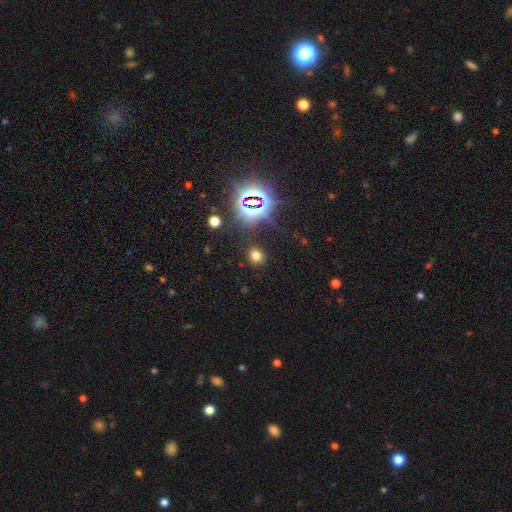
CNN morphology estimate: type=smooth (66%); roundness=round (66%); merging=none (86%).